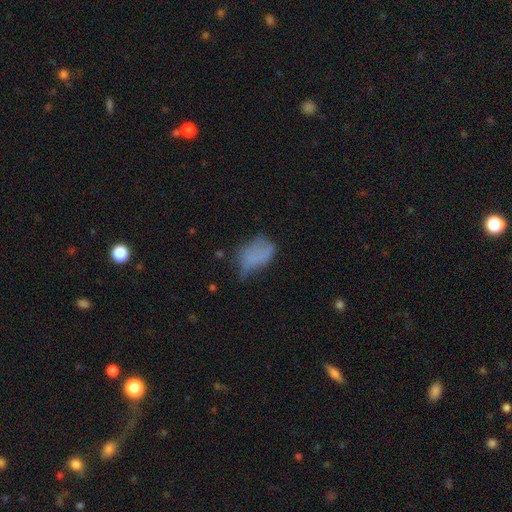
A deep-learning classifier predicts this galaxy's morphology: smooth_or_featured: smooth (p=0.68) [alt: featured or disk p=0.19]
how_rounded: in between (p=0.87) [alt: round p=0.10]
merging: minor disturbance (p=0.37) [alt: major disturbance p=0.32]